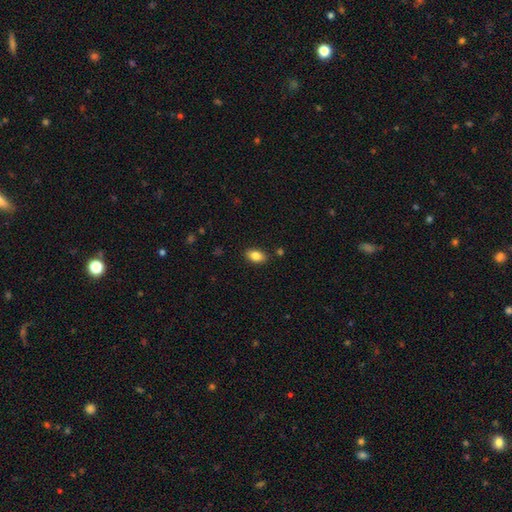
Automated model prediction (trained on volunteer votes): Overall: smooth (84%). How rounded: in between (90%). Merging: none (87%).